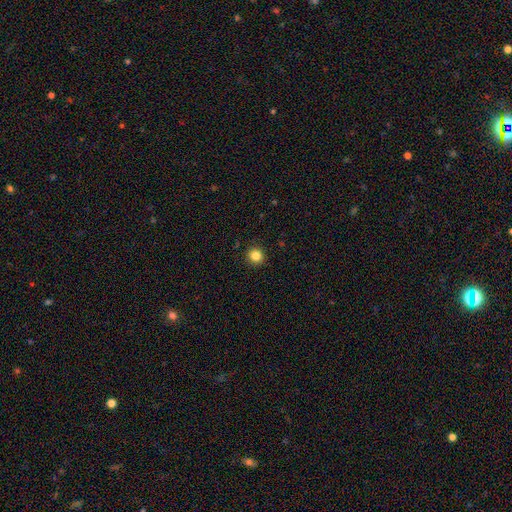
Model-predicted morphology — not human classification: type=smooth (84%); roundness=round (94%); merging=none (92%).